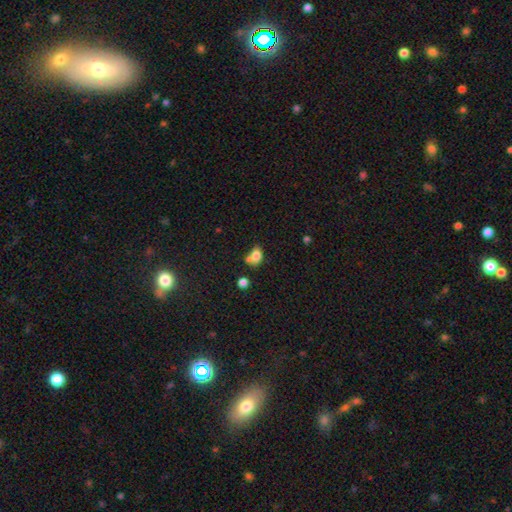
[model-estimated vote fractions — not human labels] smooth 78%, featured or disk 12%, star or artifact 10%. Down the decision tree: how rounded — in between (73%); merging — merger (40%).